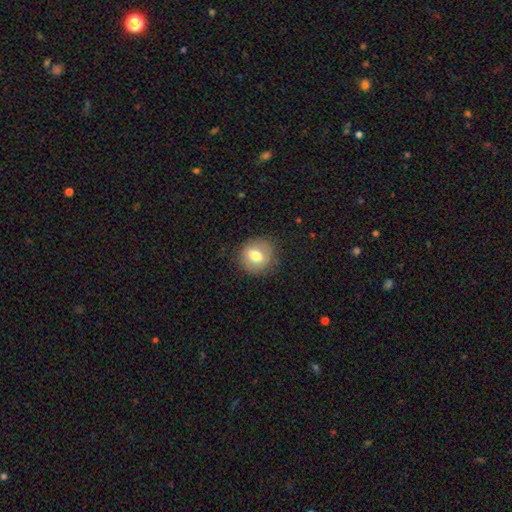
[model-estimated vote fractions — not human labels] This appears to be a smooth galaxy with no disk features (74%) that is round (85%). Merging: none (85%).